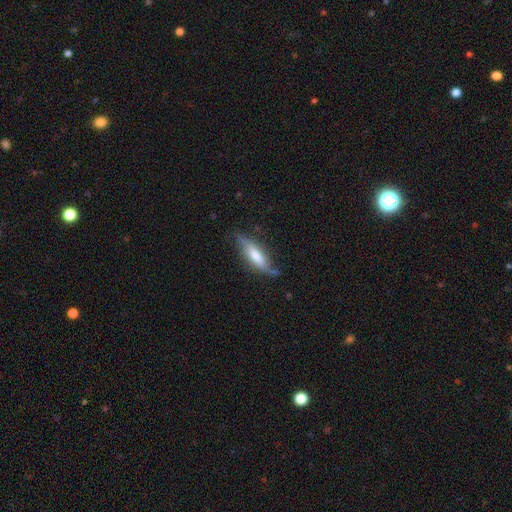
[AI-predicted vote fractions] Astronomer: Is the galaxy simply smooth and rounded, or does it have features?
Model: featured or disk — 49% (runner-up: smooth, 45%).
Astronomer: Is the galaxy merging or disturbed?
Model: none — 62%.